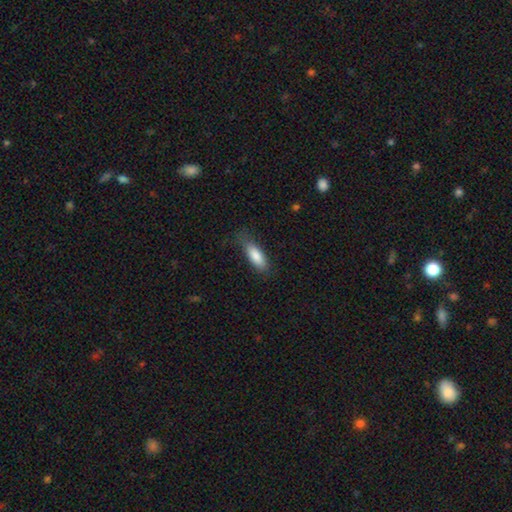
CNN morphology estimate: Q: Smooth or featured?
A: smooth (84%); runner-up: featured or disk (10%)
Q: How rounded?
A: in between (67%); runner-up: cigar-shaped (31%)
Q: Merging?
A: none (65%); runner-up: minor disturbance (25%)